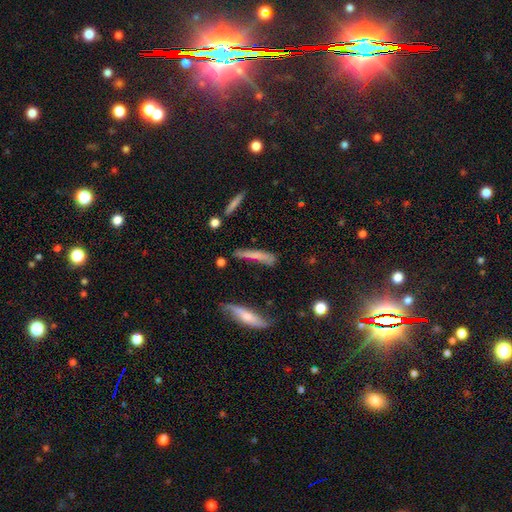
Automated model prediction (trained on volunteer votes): Overall: smooth (59%; featured or disk 31%). How rounded: cigar-shaped (89%). Merging: none (56%; minor disturbance 24%).